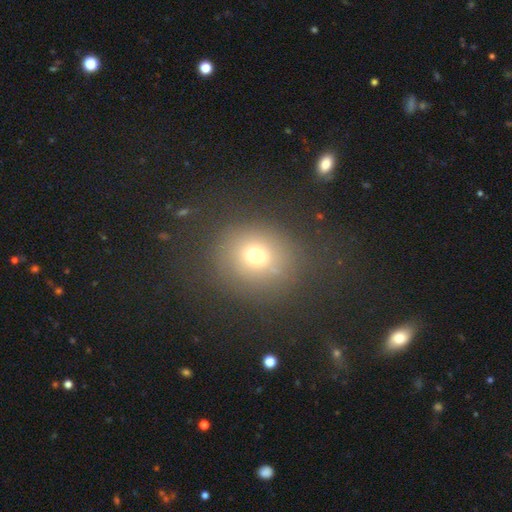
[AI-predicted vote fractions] This is likely a smooth galaxy (71%). How rounded: likely round (78%). Merging: likely none (76%).